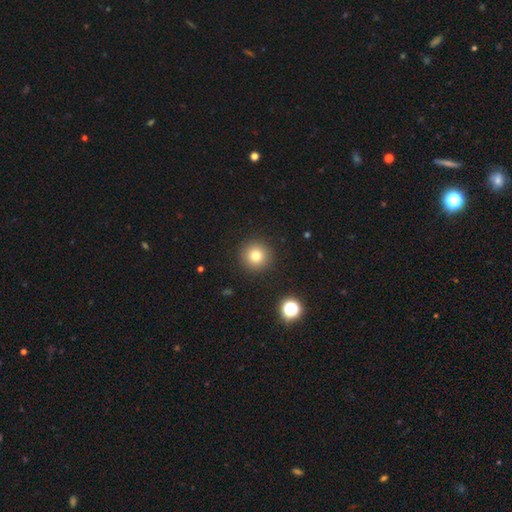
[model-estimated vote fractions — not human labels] Q: Smooth or featured?
A: smooth (78%); runner-up: star or artifact (14%)
Q: How rounded?
A: round (96%); runner-up: in between (3%)
Q: Merging?
A: none (91%); runner-up: minor disturbance (5%)